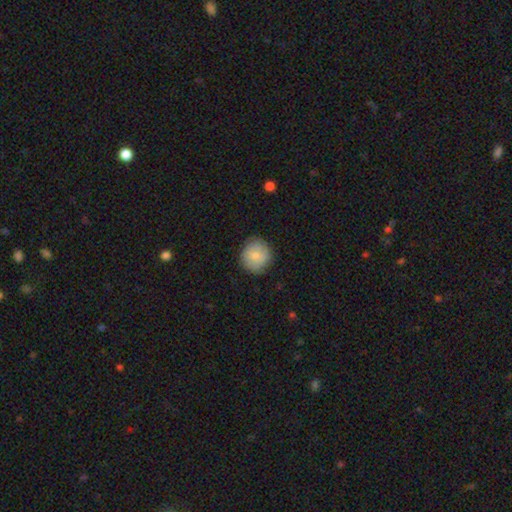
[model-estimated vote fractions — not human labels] Overall: smooth (77%). How rounded: round (88%). Merging: none (84%).